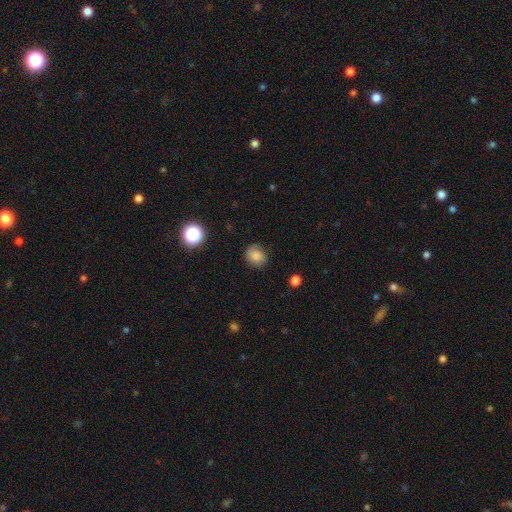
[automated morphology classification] Smooth or featured: smooth — 76% (featured or disk — 12%)
How rounded: round — 65% (in between — 34%)
Merging: none — 70% (minor disturbance — 22%)